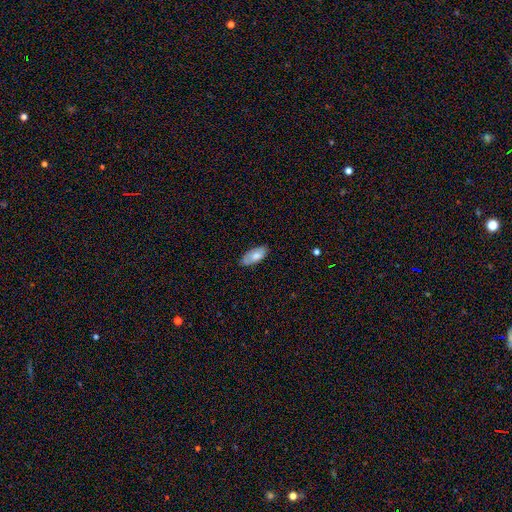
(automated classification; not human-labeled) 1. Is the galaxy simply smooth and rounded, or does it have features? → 76% smooth, 18% featured or disk, 6% star or artifact.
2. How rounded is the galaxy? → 89% in between, 9% cigar-shaped, 2% round.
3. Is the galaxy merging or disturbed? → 80% none, 16% minor disturbance, 3% major disturbance, 1% merger.